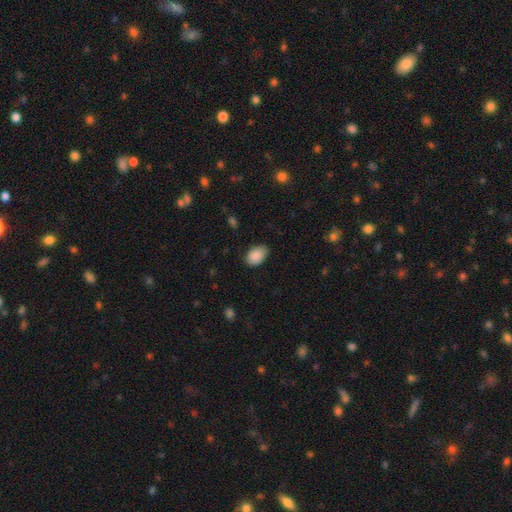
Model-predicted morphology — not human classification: This is clearly a smooth galaxy (89%). How rounded: clearly in between (85%). Merging: likely none (78%).